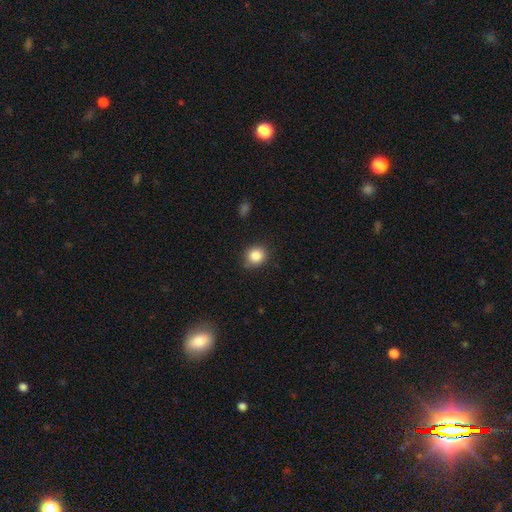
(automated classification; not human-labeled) The model was most divided on "how rounded": round: 82%, in between: 17%, cigar-shaped: 1%. More confident: smooth or featured — smooth (85%); merging — none (84%).